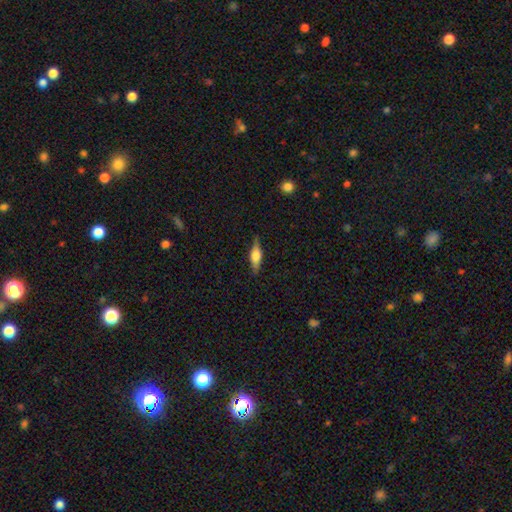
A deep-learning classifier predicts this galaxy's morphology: Q: Smooth or featured?
A: featured or disk (55%); runner-up: smooth (38%)
Q: Edge-on disk?
A: yes (95%); runner-up: no (5%)
Q: Edge-on bulge?
A: rounded (86%); runner-up: boxy (12%)
Q: Merging?
A: none (86%); runner-up: minor disturbance (11%)